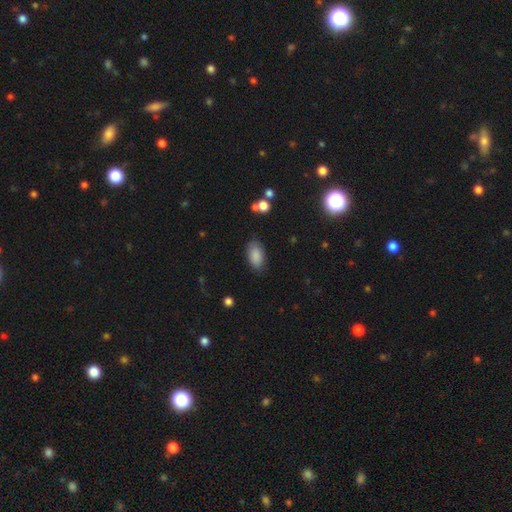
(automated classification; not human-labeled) smooth-or-featured: smooth: 88% | star or artifact: 7% | featured or disk: 5%
  how-rounded: in between: 93% | round: 4% | cigar-shaped: 3%
  merging: none: 83% | minor disturbance: 12% | major disturbance: 3% | merger: 2%